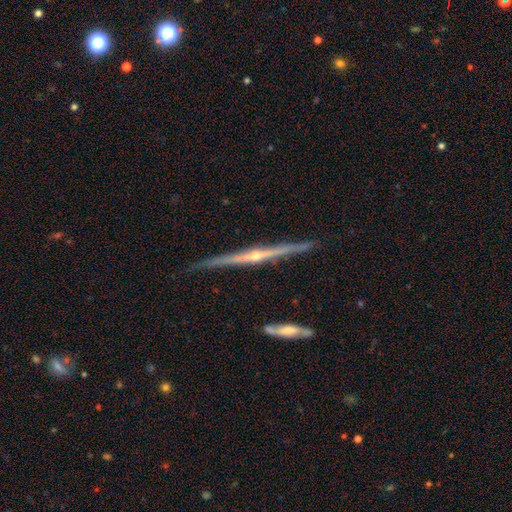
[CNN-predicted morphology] smooth_or_featured: featured or disk (p=0.86) [alt: smooth p=0.08]
disk_edge_on: yes (p=0.98) [alt: no p=0.02]
edge_on_bulge: rounded (p=0.86) [alt: none p=0.11]
merging: none (p=0.87) [alt: minor disturbance p=0.09]